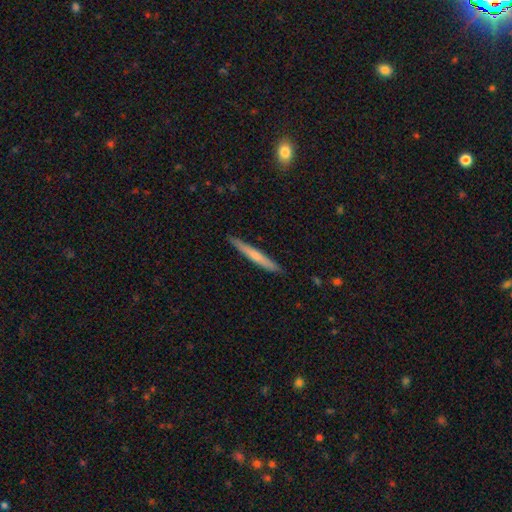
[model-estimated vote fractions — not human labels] Q: Smooth or featured?
A: smooth (55%); runner-up: featured or disk (40%)
Q: How rounded?
A: cigar-shaped (96%); runner-up: in between (3%)
Q: Merging?
A: none (90%); runner-up: minor disturbance (7%)